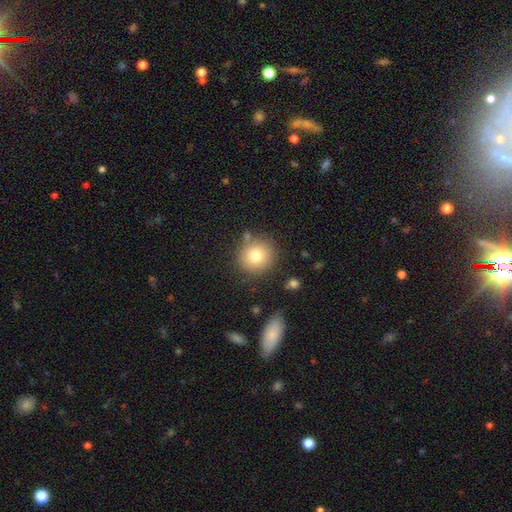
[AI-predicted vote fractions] A smooth galaxy with no disk features (78%) that is round (90%).

Vote fractions:
- Smooth or featured? smooth: 78% / featured or disk: 11% / star or artifact: 10%
- How rounded? round: 90% / in between: 9% / cigar-shaped: 1%
- Merging? none: 81% / minor disturbance: 10% / merger: 5% / major disturbance: 4%